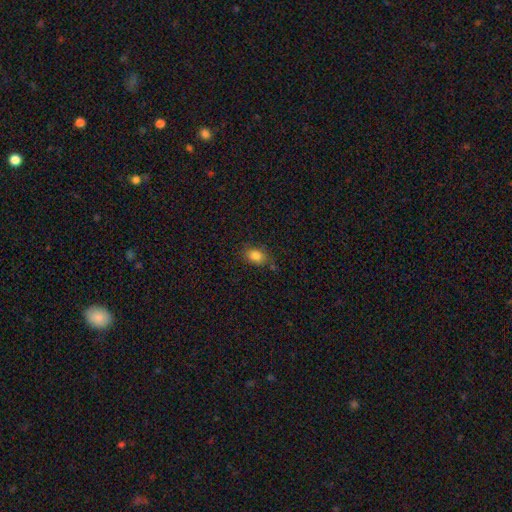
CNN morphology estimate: smooth_or_featured: smooth (p=0.83) [alt: star or artifact p=0.10]
how_rounded: in between (p=0.79) [alt: round p=0.20]
merging: none (p=0.75) [alt: minor disturbance p=0.17]